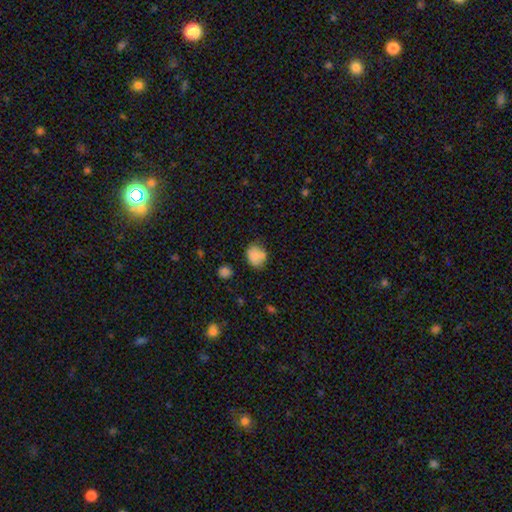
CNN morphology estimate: Q: Smooth or featured?
A: smooth (81%); runner-up: star or artifact (10%)
Q: How rounded?
A: round (71%); runner-up: in between (28%)
Q: Merging?
A: none (66%); runner-up: minor disturbance (23%)